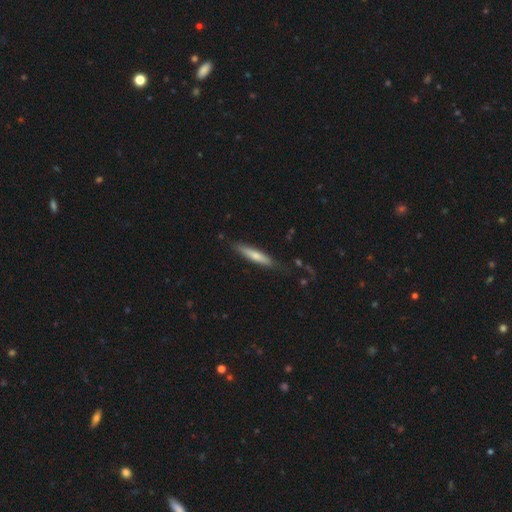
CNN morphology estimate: Smooth or featured?
  - smooth: 66% *
  - featured or disk: 29%
  - star or artifact: 6%
How rounded?
  - cigar-shaped: 87% *
  - in between: 12%
  - round: 1%
Merging?
  - none: 80% *
  - minor disturbance: 15%
  - major disturbance: 3%
  - merger: 2%